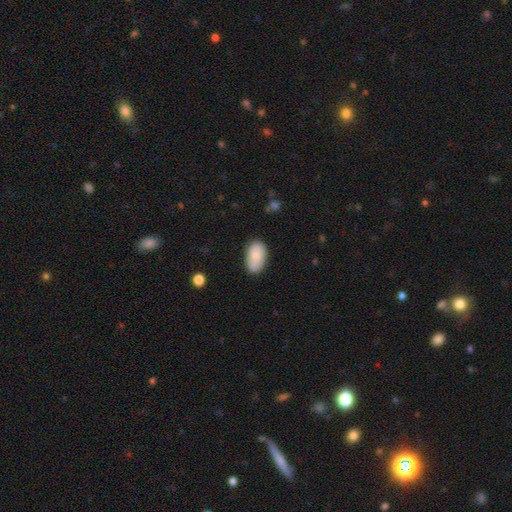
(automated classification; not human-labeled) smooth_or_featured: smooth (p=0.83) [alt: featured or disk p=0.10]
how_rounded: in between (p=0.94) [alt: round p=0.05]
merging: none (p=0.77) [alt: minor disturbance p=0.18]